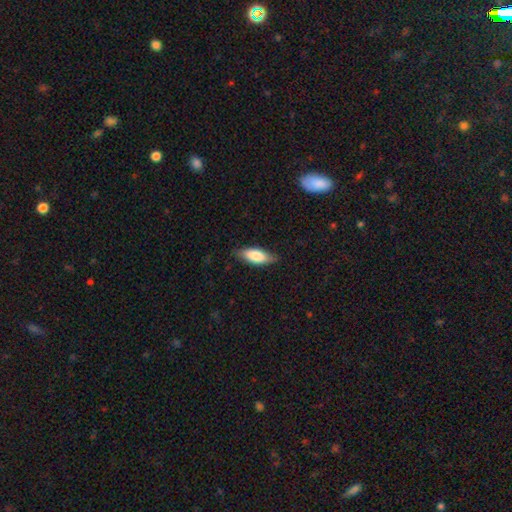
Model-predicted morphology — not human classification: A smooth galaxy with no disk features (78%) that is in between round and cigar-shaped (75%). Merging: none (80%).